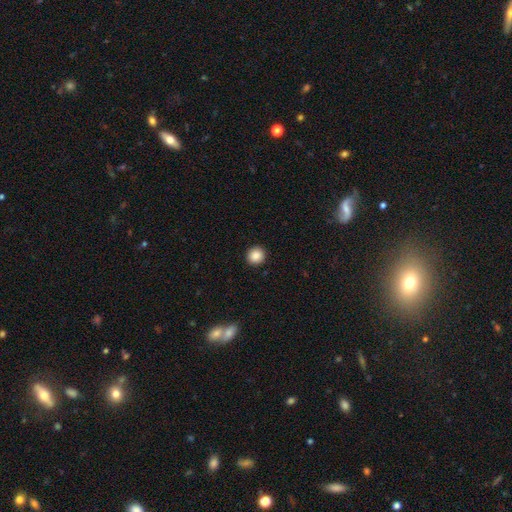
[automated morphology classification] Smooth or featured: smooth — 88% (star or artifact — 9%)
How rounded: round — 93% (in between — 6%)
Merging: none — 93% (minor disturbance — 4%)